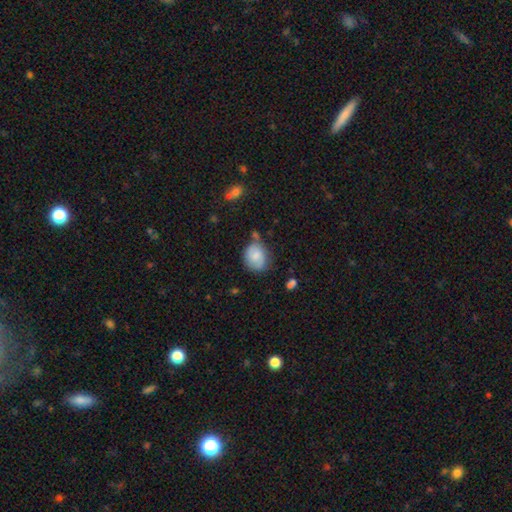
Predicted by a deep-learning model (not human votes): Smooth or featured? smooth (75%)
How rounded? round (50%)
Merging? none (59%)